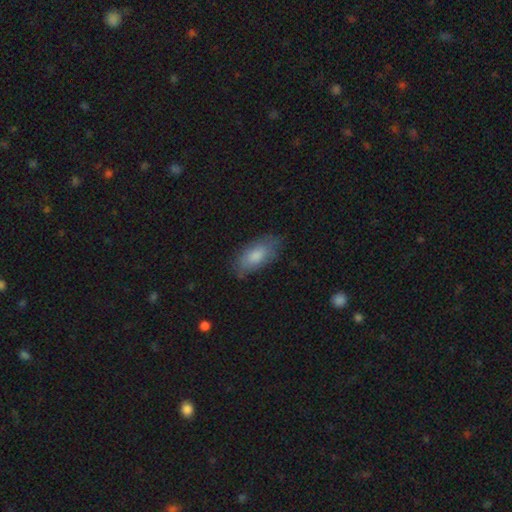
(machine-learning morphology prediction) smooth_or_featured: smooth (p=0.79) [alt: featured or disk p=0.15]
how_rounded: in between (p=0.89) [alt: cigar-shaped p=0.08]
merging: none (p=0.73) [alt: minor disturbance p=0.20]